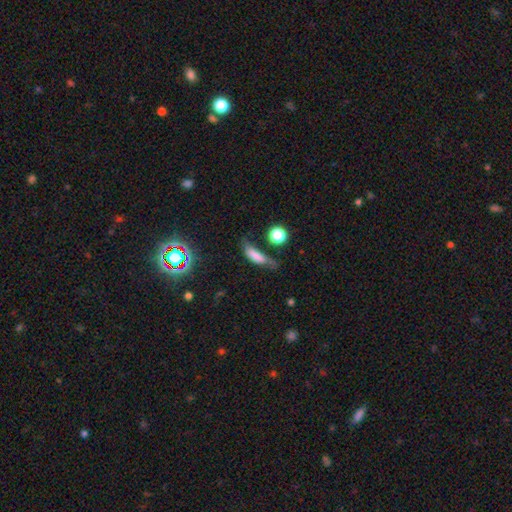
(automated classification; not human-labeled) Overall: smooth (69%). How rounded: cigar-shaped (48%; in between 46%). Merging: none (38%; minor disturbance 32%).